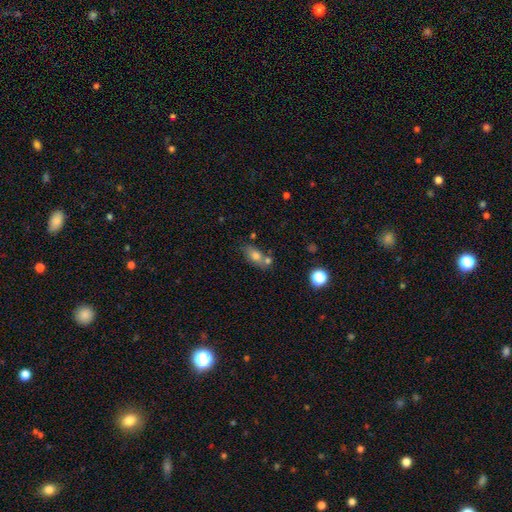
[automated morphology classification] Q: Smooth or featured?
A: smooth (73%); runner-up: featured or disk (17%)
Q: How rounded?
A: in between (80%); runner-up: round (10%)
Q: Merging?
A: none (50%); runner-up: merger (31%)